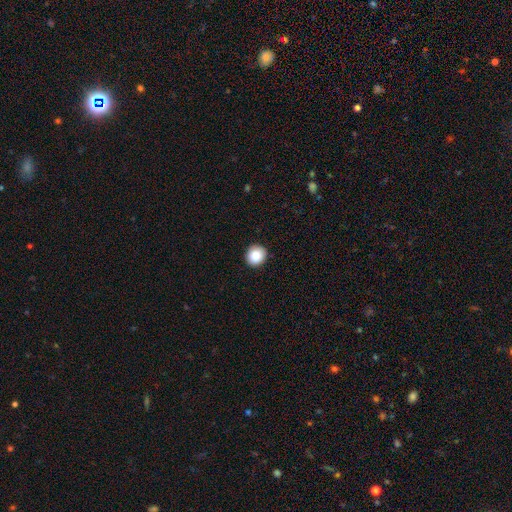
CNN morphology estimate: A smooth galaxy with no disk features (88%) that is round (90%).

Vote fractions:
- Smooth or featured? smooth: 88% / star or artifact: 8% / featured or disk: 4%
- How rounded? round: 90% / in between: 9% / cigar-shaped: 1%
- Merging? none: 91% / minor disturbance: 6% / major disturbance: 2% / merger: 1%